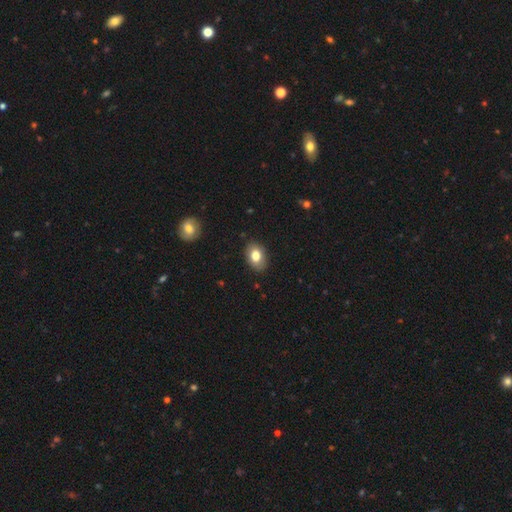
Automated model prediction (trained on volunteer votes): Smooth or featured: smooth — 79% (featured or disk — 13%)
How rounded: in between — 84% (round — 15%)
Merging: none — 85% (minor disturbance — 11%)